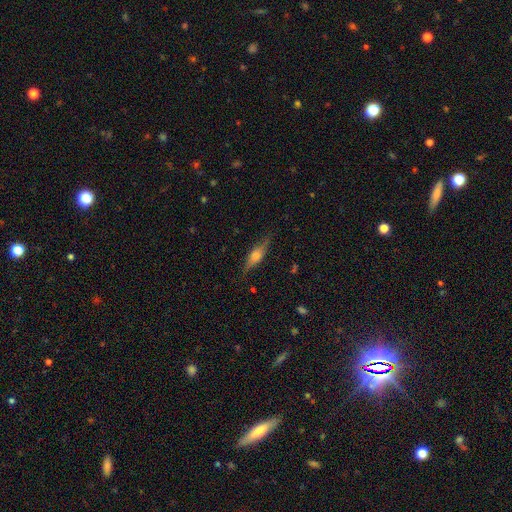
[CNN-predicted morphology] type=featured or disk (60%); edge-on=yes (94%); edge-on bulge=rounded (82%); merging=none (82%).